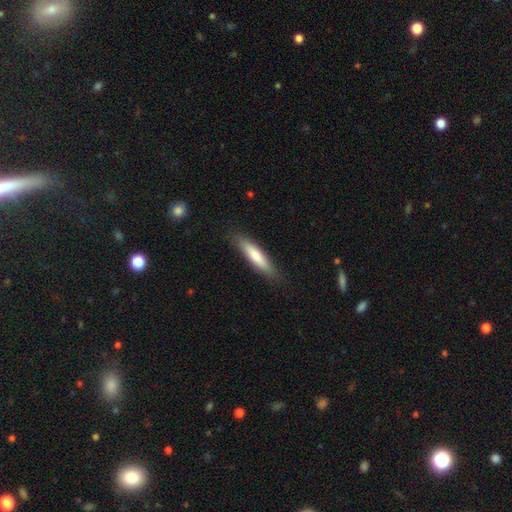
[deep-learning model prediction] A smooth galaxy with no disk features (76%) that is cigar-shaped (79%).

Vote fractions:
- Smooth or featured? smooth: 76% / featured or disk: 19% / star or artifact: 5%
- How rounded? cigar-shaped: 79% / in between: 20% / round: 1%
- Merging? none: 86% / minor disturbance: 11% / major disturbance: 2% / merger: 1%